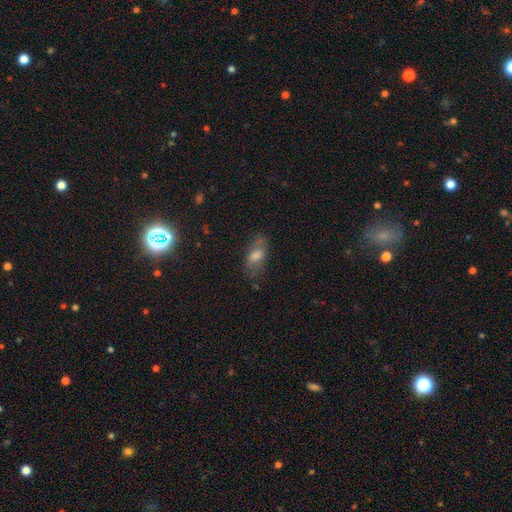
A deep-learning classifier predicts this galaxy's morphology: Overall: smooth (58%; featured or disk 27%). How rounded: in between (82%). Merging: none (69%).